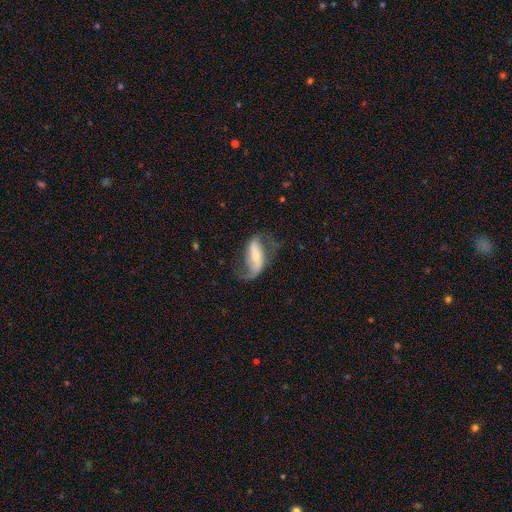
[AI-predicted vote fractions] A featured or disk galaxy (78%) with a strong bar (48%), 2 (80%) loose (72%) spiral arms (91%) and a small central bulge (55%). Merging: none (55%).